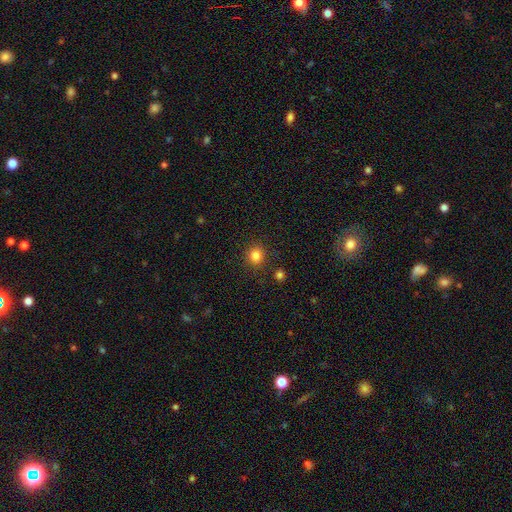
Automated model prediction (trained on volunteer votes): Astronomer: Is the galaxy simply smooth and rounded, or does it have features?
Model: smooth — 83%.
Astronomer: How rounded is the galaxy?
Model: round — 87%.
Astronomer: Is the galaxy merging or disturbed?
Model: none — 88%.